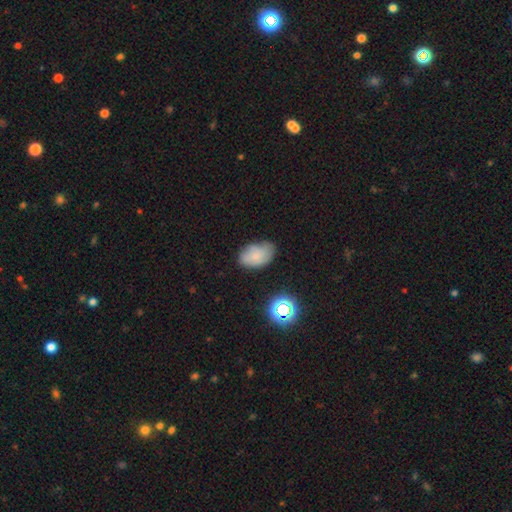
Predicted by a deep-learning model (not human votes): smooth-or-featured: smooth: 70% | featured or disk: 18% | star or artifact: 12%
  how-rounded: in between: 89% | round: 10% | cigar-shaped: 1%
  merging: none: 62% | minor disturbance: 29% | major disturbance: 7% | merger: 3%